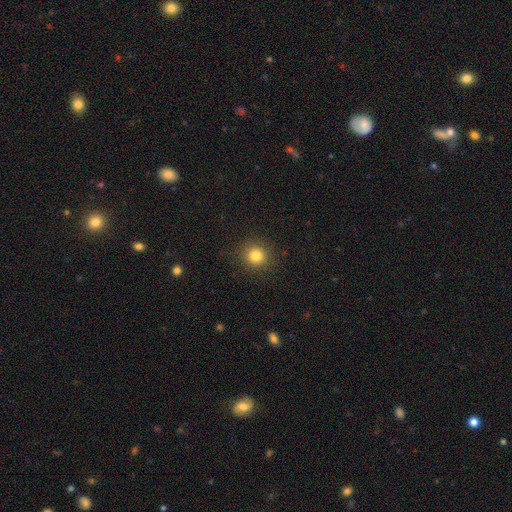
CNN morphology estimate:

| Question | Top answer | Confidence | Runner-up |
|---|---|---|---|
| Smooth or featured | smooth | 82% | star or artifact (12%) |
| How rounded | round | 91% | in between (8%) |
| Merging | none | 90% | minor disturbance (6%) |